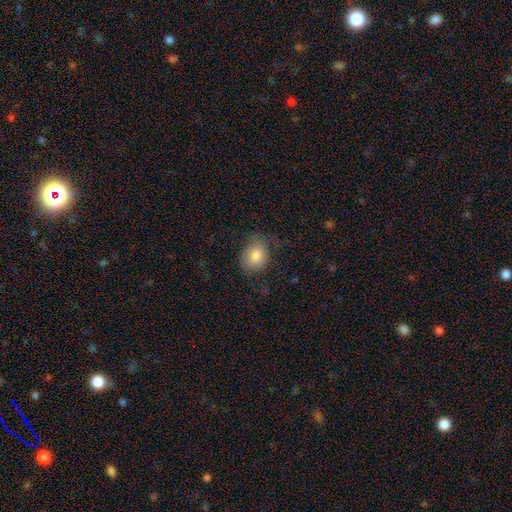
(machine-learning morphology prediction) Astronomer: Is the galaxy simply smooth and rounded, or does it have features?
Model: smooth — 80%.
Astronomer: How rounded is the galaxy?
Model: round — 50% (runner-up: in between, 49%).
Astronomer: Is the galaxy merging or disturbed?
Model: none — 59%.